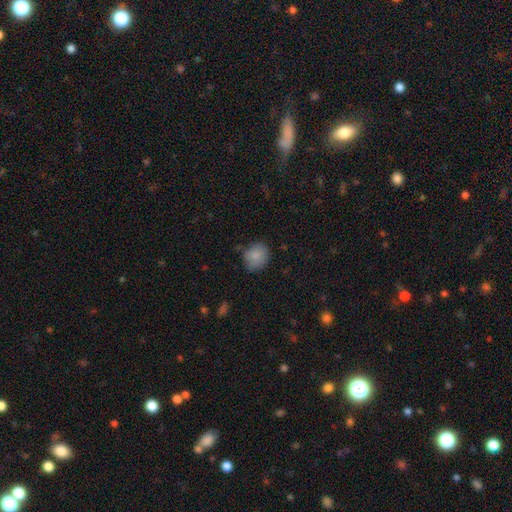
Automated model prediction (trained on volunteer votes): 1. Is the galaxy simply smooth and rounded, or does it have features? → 85% smooth, 8% star or artifact, 7% featured or disk.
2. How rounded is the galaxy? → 62% round, 37% in between, 1% cigar-shaped.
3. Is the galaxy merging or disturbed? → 70% none, 23% minor disturbance, 5% major disturbance, 2% merger.